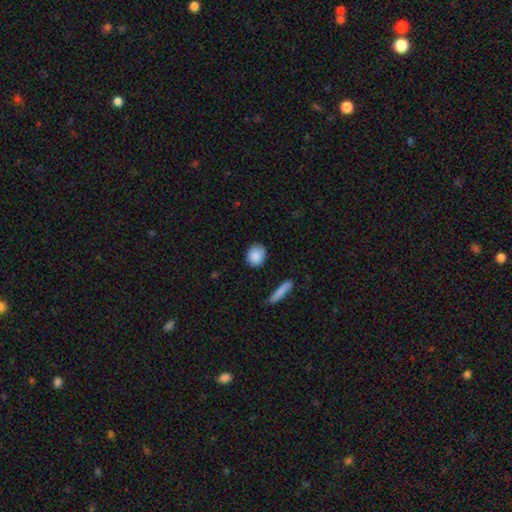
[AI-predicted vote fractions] smooth-or-featured: smooth: 88% | star or artifact: 7% | featured or disk: 5%
  how-rounded: round: 67% | in between: 31% | cigar-shaped: 2%
  merging: none: 85% | minor disturbance: 11% | major disturbance: 2% | merger: 2%